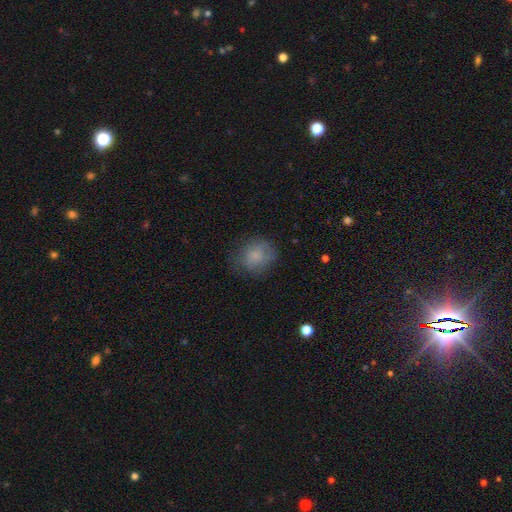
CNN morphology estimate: type=smooth (77%); roundness=round (73%); merging=none (66%).